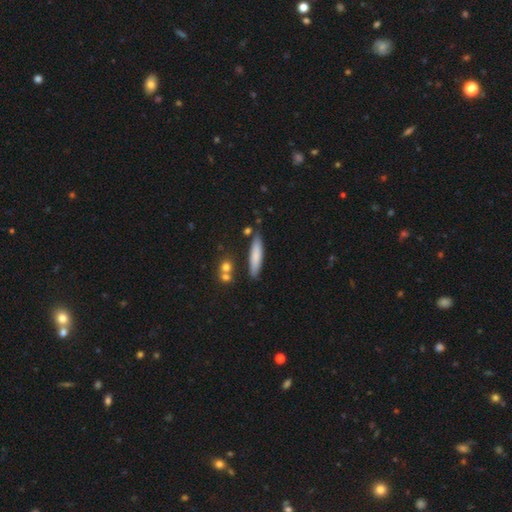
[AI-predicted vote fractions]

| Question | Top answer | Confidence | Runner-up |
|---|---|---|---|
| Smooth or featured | smooth | 78% | featured or disk (16%) |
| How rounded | cigar-shaped | 81% | in between (17%) |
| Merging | none | 83% | minor disturbance (11%) |